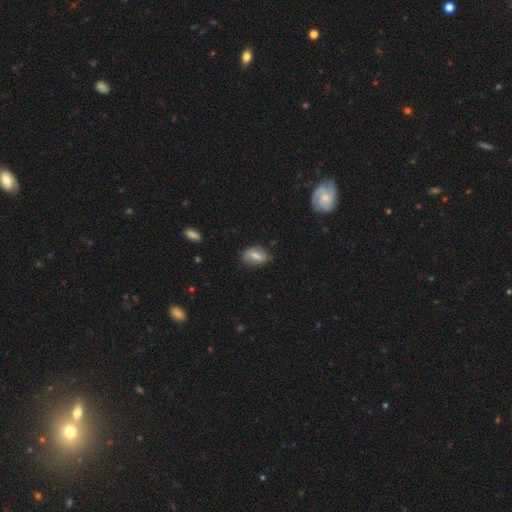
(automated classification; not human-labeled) This appears to be a smooth galaxy with no disk features (57%) that is in between round and cigar-shaped (82%). Merging: none (65%).